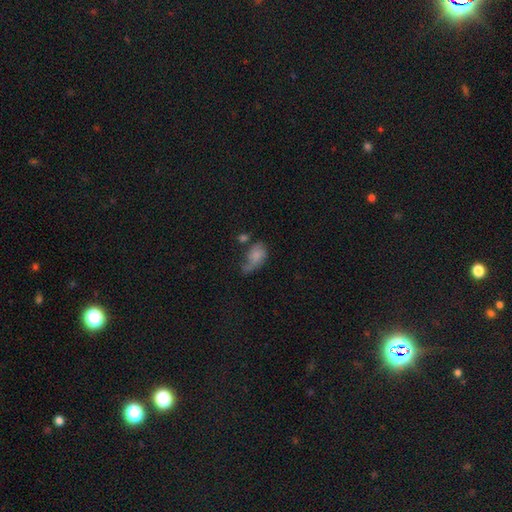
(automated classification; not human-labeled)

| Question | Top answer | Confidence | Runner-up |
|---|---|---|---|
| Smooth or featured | smooth | 64% | featured or disk (25%) |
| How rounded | in between | 86% | round (11%) |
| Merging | major disturbance | 34% | minor disturbance (28%) |